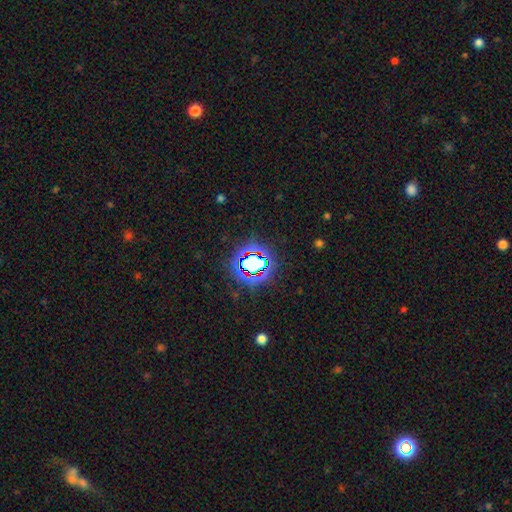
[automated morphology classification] A star or artifact, not a galaxy (78%).

Vote fractions:
- Smooth or featured? star or artifact: 78% / smooth: 14% / featured or disk: 8%